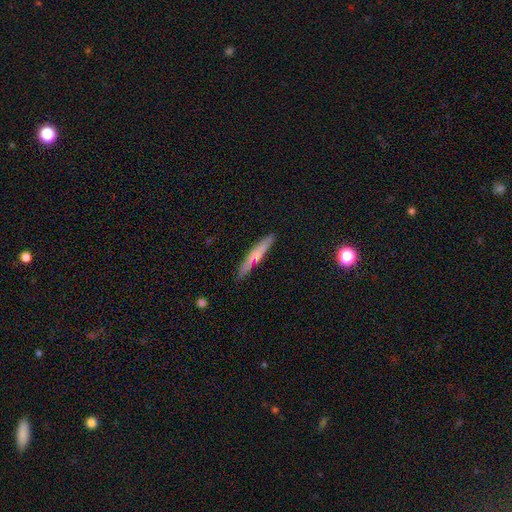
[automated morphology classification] smooth_or_featured: smooth (p=0.55) [alt: featured or disk p=0.38]
how_rounded: cigar-shaped (p=0.93) [alt: in between p=0.05]
merging: none (p=0.85) [alt: minor disturbance p=0.10]